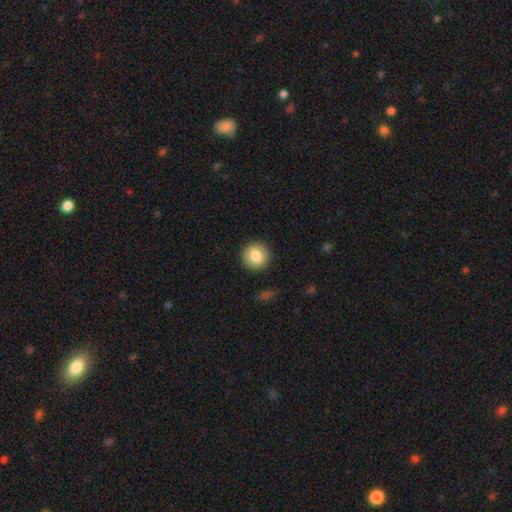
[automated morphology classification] smooth 83%, featured or disk 9%, star or artifact 8%. Down the decision tree: how rounded — round (92%); merging — none (91%).